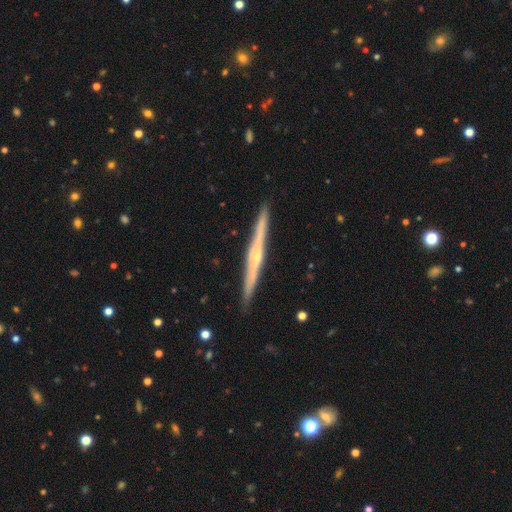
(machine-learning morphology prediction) The model was most divided on "edge-on bulge": rounded: 62%, none: 30%, boxy: 8%. More confident: edge-on disk — yes (98%); merging — none (92%); smooth or featured — featured or disk (76%).